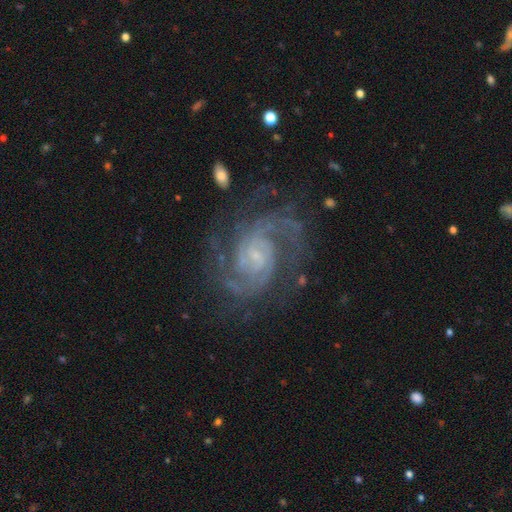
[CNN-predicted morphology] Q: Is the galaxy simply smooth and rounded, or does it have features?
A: featured or disk — 92%.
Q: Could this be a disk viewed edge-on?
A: no — 98%.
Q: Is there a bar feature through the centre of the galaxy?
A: no — 51%.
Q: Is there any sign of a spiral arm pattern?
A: yes — 98%.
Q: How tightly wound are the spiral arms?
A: tight — 50%.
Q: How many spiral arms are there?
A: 2 — 62%.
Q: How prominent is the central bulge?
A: small — 73%.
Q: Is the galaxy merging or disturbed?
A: none — 74%.